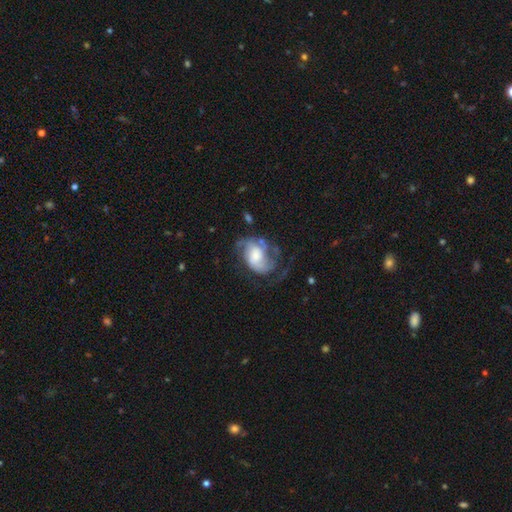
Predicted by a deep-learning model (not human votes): smooth_or_featured: featured or disk (p=0.75) [alt: smooth p=0.18]
disk_edge_on: no (p=0.98) [alt: yes p=0.02]
bar: no (p=0.61) [alt: weak p=0.31]
has_spiral_arms: yes (p=0.90) [alt: no p=0.10]
spiral_winding: medium (p=0.46) [alt: loose p=0.29]
spiral_arm_count: 2 (p=0.60) [alt: can't tell p=0.16]
bulge_size: moderate (p=0.33) [tied with: large p=0.33]
merging: none (p=0.44) [alt: major disturbance p=0.31]